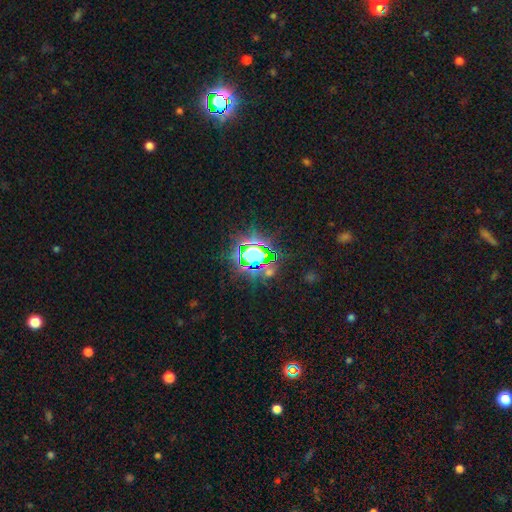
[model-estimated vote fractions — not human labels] Smooth or featured? Predicted: star or artifact (p=0.75).